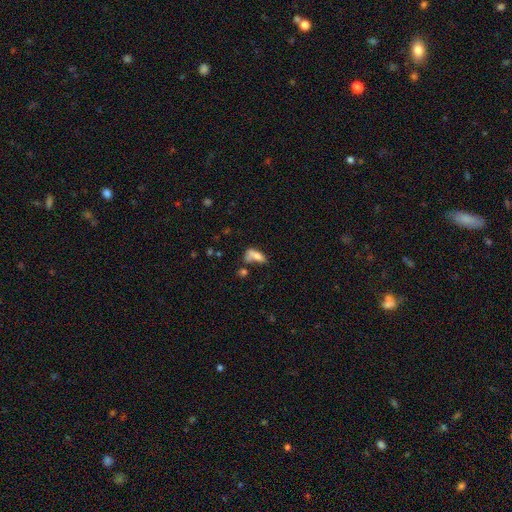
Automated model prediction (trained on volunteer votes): smooth 68%, featured or disk 21%, star or artifact 11%. Down the decision tree: how rounded — in between (73%); merging — merger (34%).